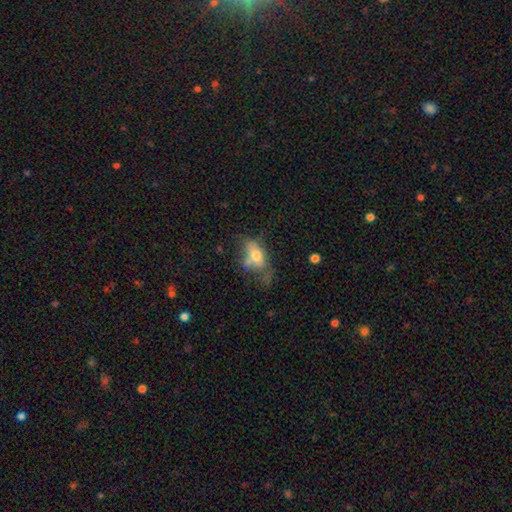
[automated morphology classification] A smooth galaxy with no disk features (61%) that is in between round and cigar-shaped (83%).

Vote fractions:
- Smooth or featured? smooth: 61% / featured or disk: 29% / star or artifact: 10%
- How rounded? in between: 83% / round: 10% / cigar-shaped: 6%
- Merging? none: 32% / major disturbance: 28% / minor disturbance: 26% / merger: 14%